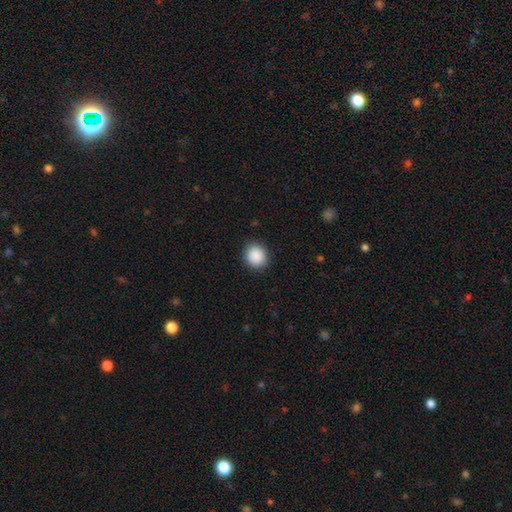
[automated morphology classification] This is clearly a smooth galaxy (89%). How rounded: clearly round (88%). Merging: clearly none (90%).